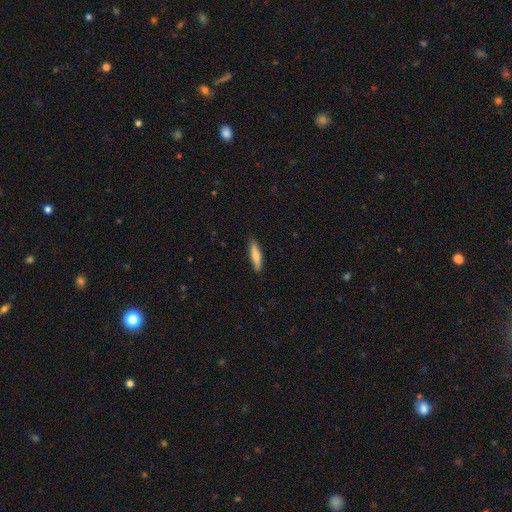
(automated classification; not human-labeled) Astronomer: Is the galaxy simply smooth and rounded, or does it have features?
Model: smooth — 70%.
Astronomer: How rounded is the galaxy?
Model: cigar-shaped — 79%.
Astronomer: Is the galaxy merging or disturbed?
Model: none — 88%.